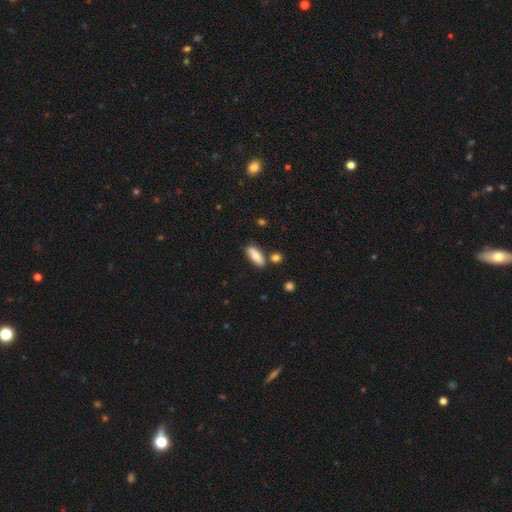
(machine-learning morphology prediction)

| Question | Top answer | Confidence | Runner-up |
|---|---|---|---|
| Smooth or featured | smooth | 80% | featured or disk (14%) |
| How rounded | in between | 63% | cigar-shaped (34%) |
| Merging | none | 78% | minor disturbance (12%) |